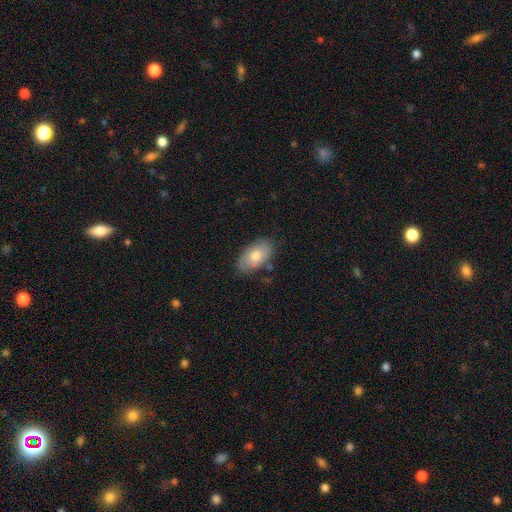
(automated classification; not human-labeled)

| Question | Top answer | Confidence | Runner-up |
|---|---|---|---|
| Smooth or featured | smooth | 71% | featured or disk (22%) |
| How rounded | in between | 93% | round (6%) |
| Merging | none | 77% | minor disturbance (17%) |